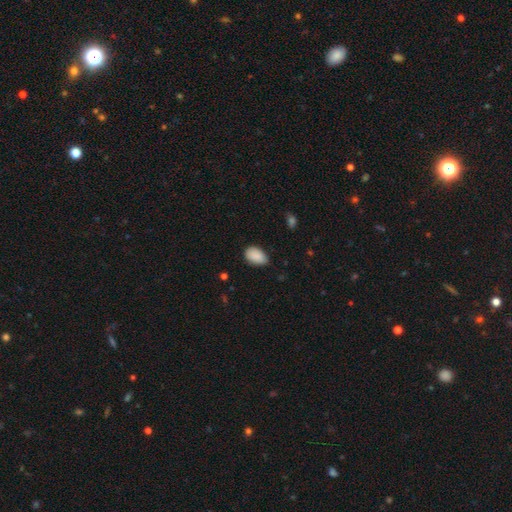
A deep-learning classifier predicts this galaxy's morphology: smooth 89%, star or artifact 7%, featured or disk 4%. Down the decision tree: how rounded — in between (90%); merging — none (70%).